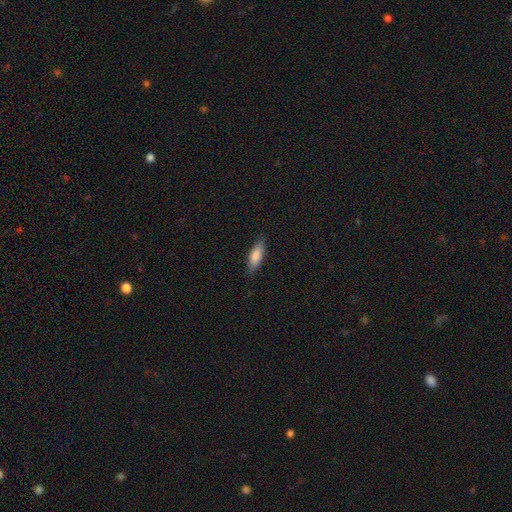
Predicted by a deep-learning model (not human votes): Smooth or featured? Predicted: smooth (p=0.81). How rounded? Predicted: in between (p=0.57). Merging? Predicted: none (p=0.85).